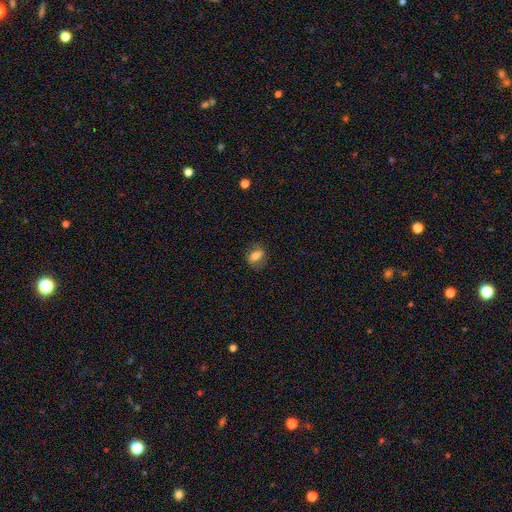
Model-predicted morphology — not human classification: Smooth or featured? smooth (71%)
How rounded? in between (72%)
Merging? none (78%)